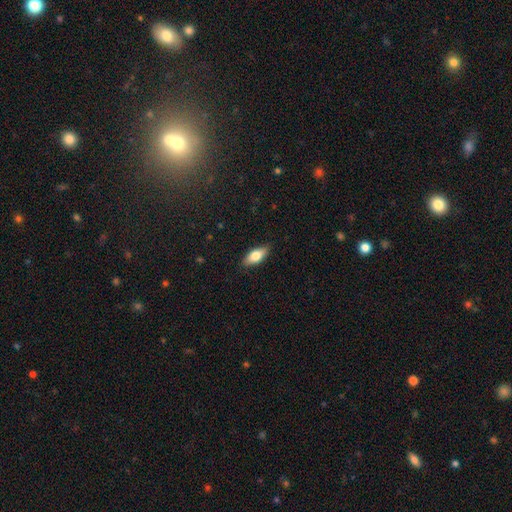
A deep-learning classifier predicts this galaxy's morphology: type=smooth (70%); roundness=in between (79%); merging=none (85%).